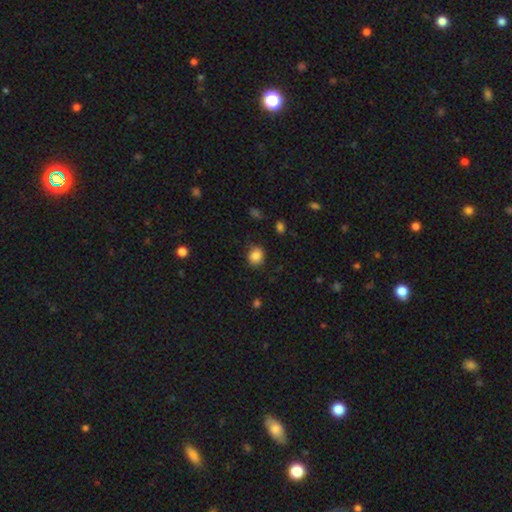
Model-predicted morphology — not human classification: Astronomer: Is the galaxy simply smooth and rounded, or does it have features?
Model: smooth — 85%.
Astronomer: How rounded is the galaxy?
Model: round — 78%.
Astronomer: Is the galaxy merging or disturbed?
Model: none — 83%.